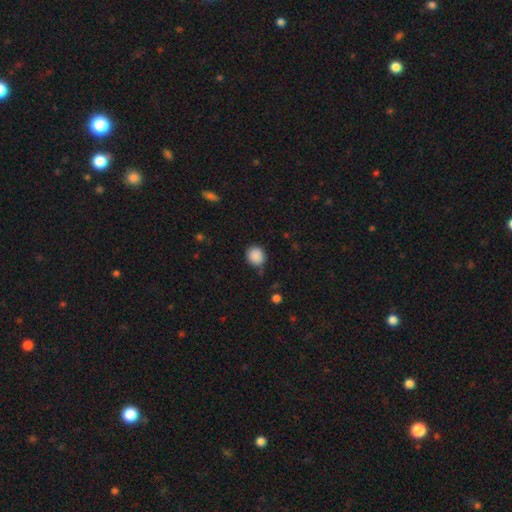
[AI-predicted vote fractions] This is clearly a smooth galaxy (88%). How rounded: clearly round (81%). Merging: clearly none (81%).